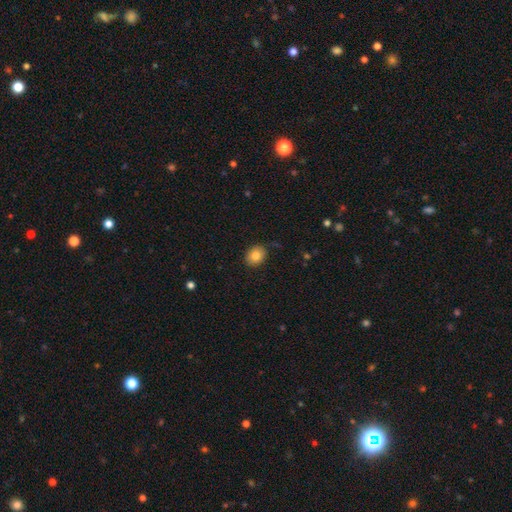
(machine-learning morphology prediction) This appears to be a smooth galaxy with no disk features (82%) that is in between round and cigar-shaped (52%). Merging: none (84%).